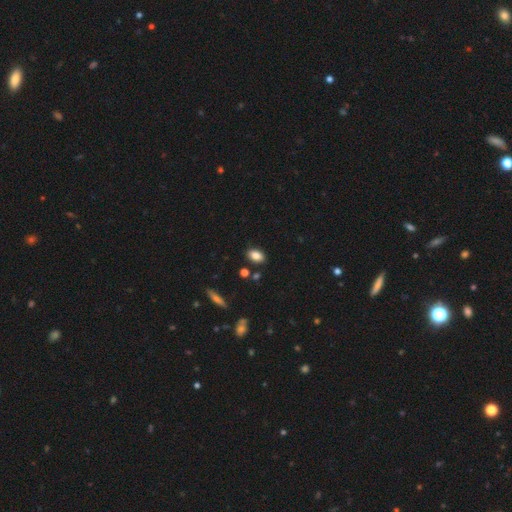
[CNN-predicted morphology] Smooth or featured: smooth — 84% (star or artifact — 9%)
How rounded: in between — 87% (round — 11%)
Merging: none — 85% (minor disturbance — 9%)